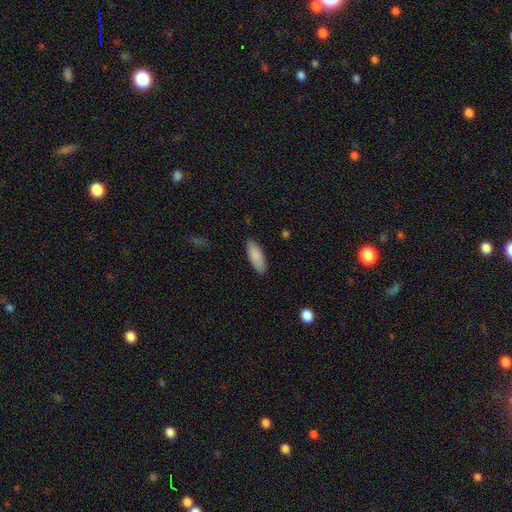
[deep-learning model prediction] smooth_or_featured: smooth (p=0.88) [alt: featured or disk p=0.06]
how_rounded: in between (p=0.71) [alt: cigar-shaped p=0.28]
merging: none (p=0.86) [alt: minor disturbance p=0.10]